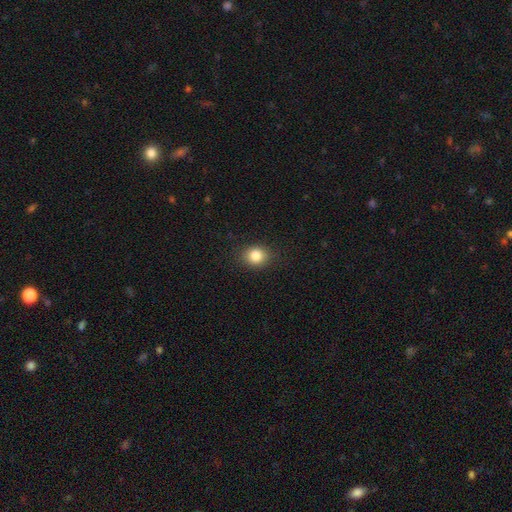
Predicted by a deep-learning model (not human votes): smooth_or_featured: smooth (p=0.84) [alt: star or artifact p=0.10]
how_rounded: round (p=0.67) [alt: in between p=0.32]
merging: none (p=0.88) [alt: minor disturbance p=0.08]